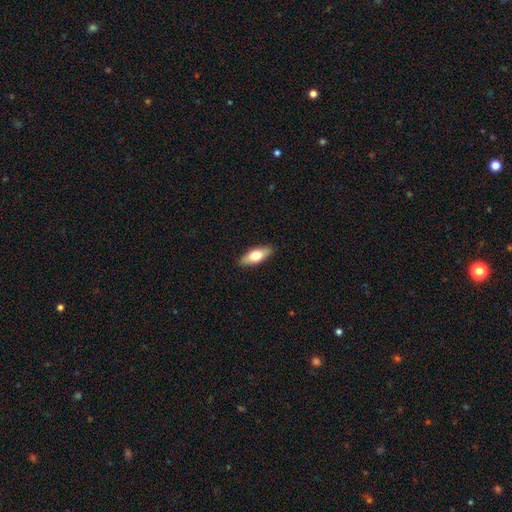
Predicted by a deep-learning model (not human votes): Smooth or featured? smooth (67%)
How rounded? in between (72%)
Merging? none (89%)